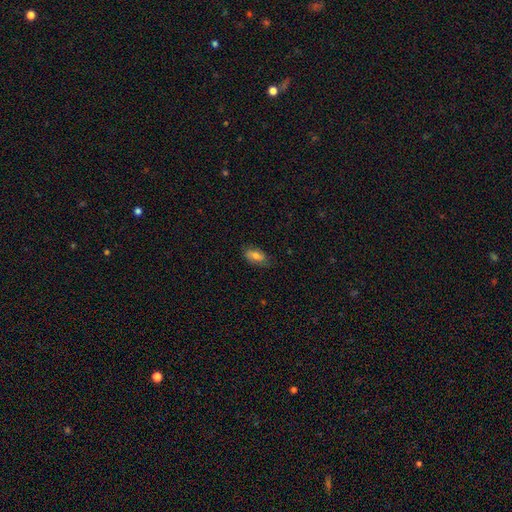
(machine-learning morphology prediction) smooth_or_featured: smooth (p=0.74) [alt: featured or disk p=0.18]
how_rounded: in between (p=0.88) [alt: cigar-shaped p=0.08]
merging: none (p=0.75) [alt: minor disturbance p=0.19]